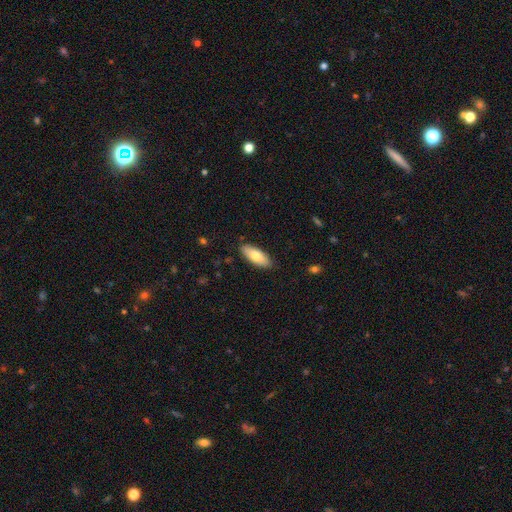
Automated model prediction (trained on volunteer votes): This is likely a smooth galaxy (77%). How rounded: likely in between (79%). Merging: clearly none (87%).